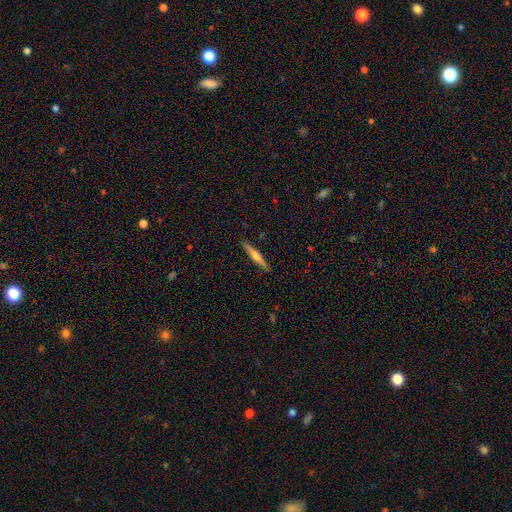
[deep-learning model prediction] Morphology: type=featured or disk (54%); edge-on=yes (96%); edge-on bulge=rounded (82%); merging=none (90%).